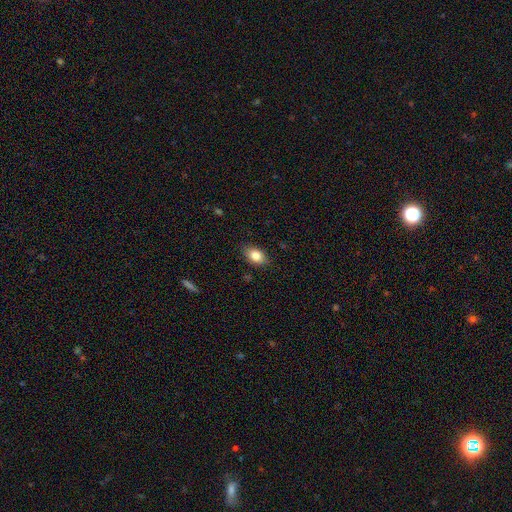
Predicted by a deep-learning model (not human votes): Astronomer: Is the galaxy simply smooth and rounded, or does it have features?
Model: smooth — 83%.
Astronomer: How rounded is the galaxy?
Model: in between — 84%.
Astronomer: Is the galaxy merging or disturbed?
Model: none — 84%.